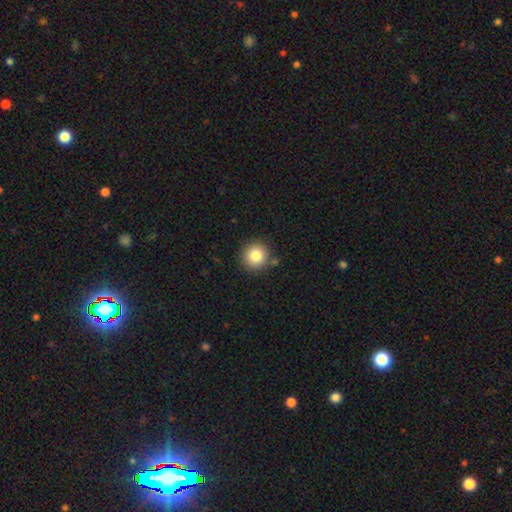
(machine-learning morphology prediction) This is clearly a smooth galaxy (83%). How rounded: clearly round (93%). Merging: clearly none (85%).